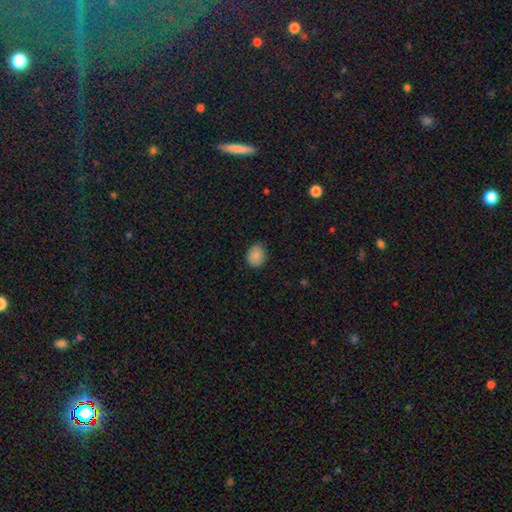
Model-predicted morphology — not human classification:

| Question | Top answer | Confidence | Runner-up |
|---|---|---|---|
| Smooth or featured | smooth | 86% | star or artifact (9%) |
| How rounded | round | 58% | in between (41%) |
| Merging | none | 82% | minor disturbance (14%) |